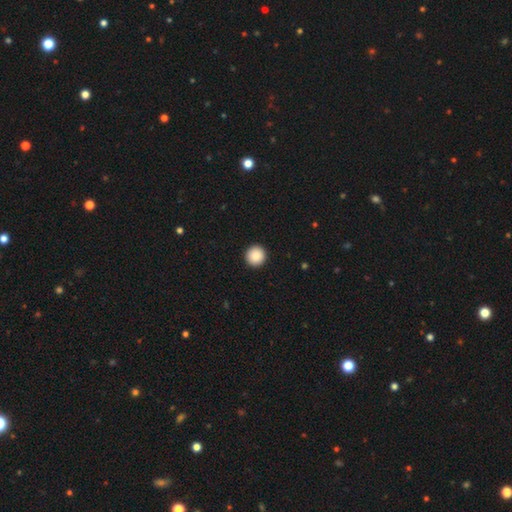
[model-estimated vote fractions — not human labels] A smooth galaxy with no disk features (89%) that is round (96%). Merging: none (94%).